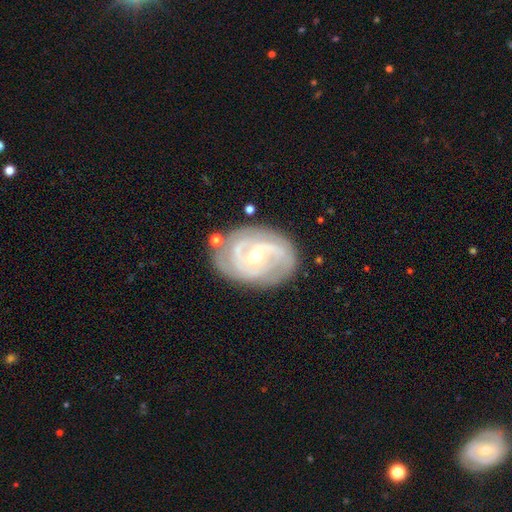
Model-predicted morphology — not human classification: This is clearly a featured or disk galaxy (88%). It is clearly not viewed edge-on (97%). Bar: marginally weak (43%). Spiral arm pattern: clearly yes (96%). Spiral arm count: possibly 2 (46%). Spiral winding: likely tight (60%). Central bulge: possibly small (59%). Merging: likely none (76%).